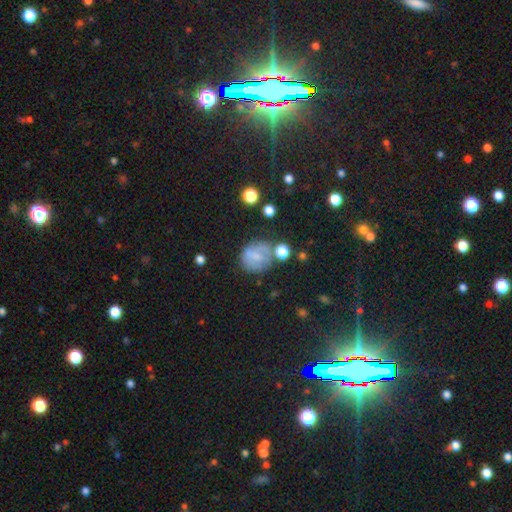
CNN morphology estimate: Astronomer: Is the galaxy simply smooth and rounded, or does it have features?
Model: smooth — 60%.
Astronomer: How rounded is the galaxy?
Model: round — 74%.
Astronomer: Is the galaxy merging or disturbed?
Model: none — 56%.